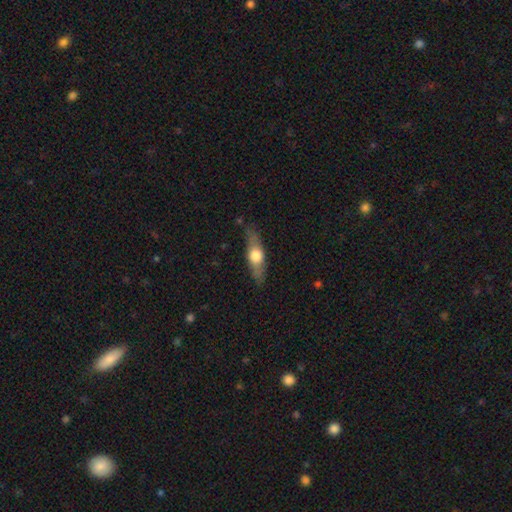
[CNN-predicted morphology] Smooth or featured: smooth — 48% (featured or disk — 46%)
Merging: none — 80% (minor disturbance — 15%)